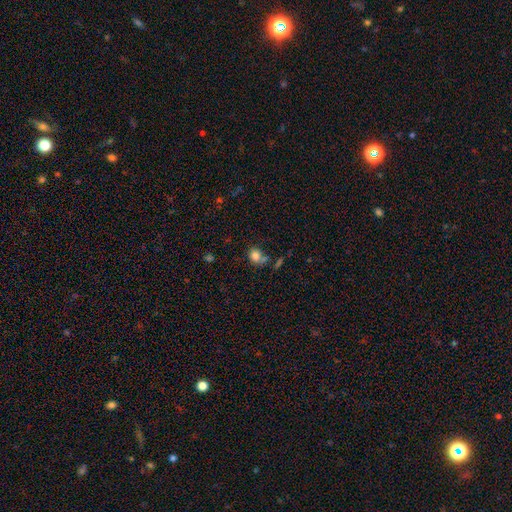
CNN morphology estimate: smooth-or-featured: smooth: 82% | star or artifact: 11% | featured or disk: 7%
  how-rounded: round: 61% | in between: 38% | cigar-shaped: 1%
  merging: none: 57% | merger: 19% | minor disturbance: 17% | major disturbance: 7%